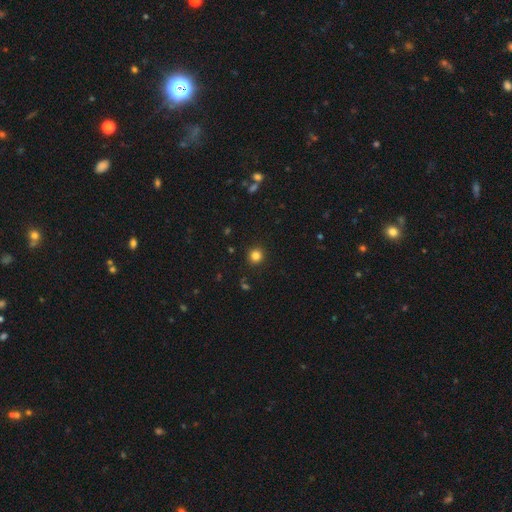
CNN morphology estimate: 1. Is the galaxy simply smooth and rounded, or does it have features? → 83% smooth, 13% star or artifact, 4% featured or disk.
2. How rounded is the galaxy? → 94% round, 5% in between, 1% cigar-shaped.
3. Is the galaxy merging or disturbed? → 92% none, 5% minor disturbance, 2% major disturbance, 1% merger.